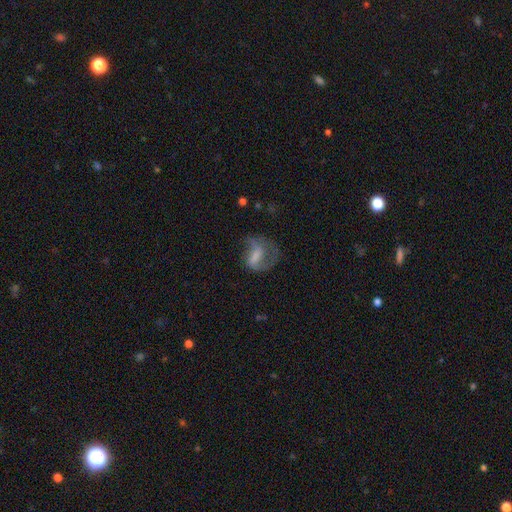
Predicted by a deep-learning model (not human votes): featured or disk 64%, smooth 26%, star or artifact 10%. Down the decision tree: edge-on disk — no (96%); bar — weak (45%); spiral arms — yes (82%); spiral arm count — 2 (59%); spiral winding — loose (42%); bulge size — none (30%, tied with small); merging — none (48%).